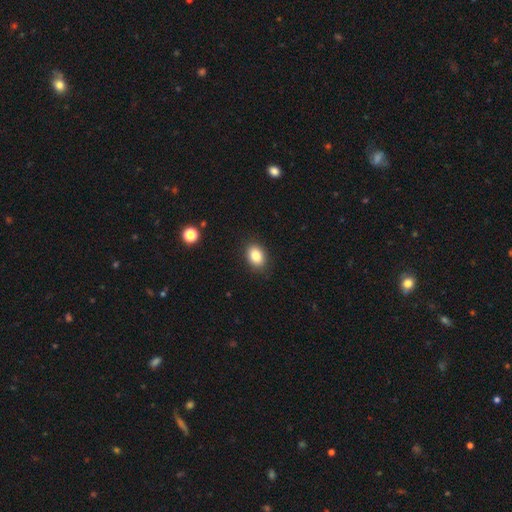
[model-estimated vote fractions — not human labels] smooth 84%, star or artifact 9%, featured or disk 7%. Down the decision tree: how rounded — in between (75%); merging — none (88%).